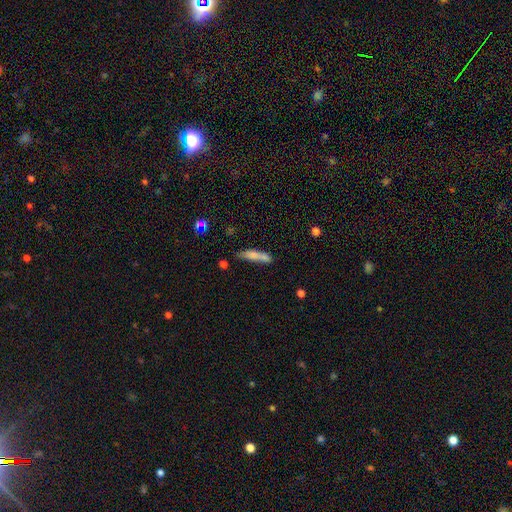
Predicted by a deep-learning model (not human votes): This appears to be a smooth galaxy with no disk features (69%) that is cigar-shaped (78%). Merging: none (48%).